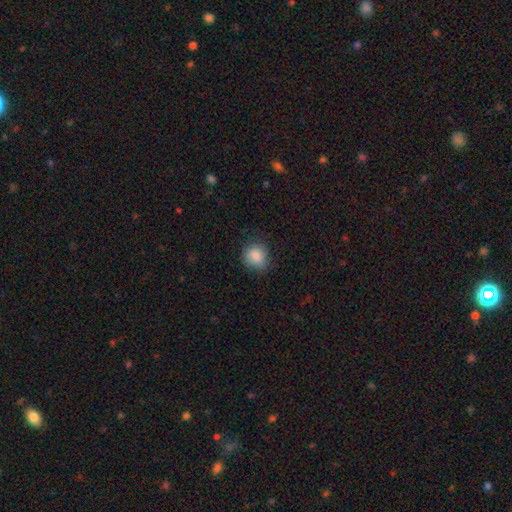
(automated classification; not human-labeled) Smooth or featured?
  - smooth: 84% *
  - star or artifact: 9%
  - featured or disk: 7%
How rounded?
  - round: 72% *
  - in between: 27%
  - cigar-shaped: 1%
Merging?
  - none: 71% *
  - minor disturbance: 22%
  - major disturbance: 6%
  - merger: 1%